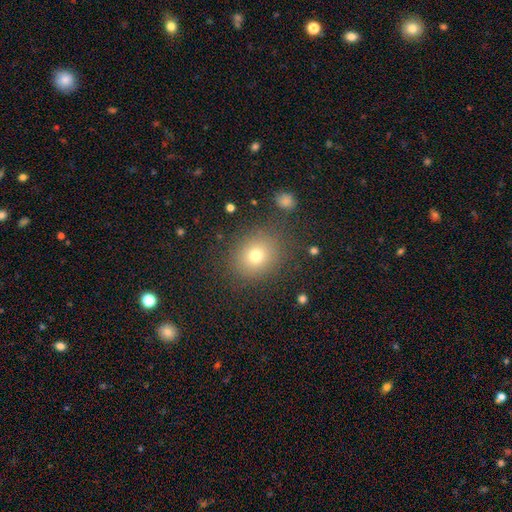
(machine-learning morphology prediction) smooth_or_featured: smooth (p=0.74) [alt: star or artifact p=0.16]
how_rounded: round (p=0.68) [alt: in between p=0.31]
merging: none (p=0.83) [alt: minor disturbance p=0.10]